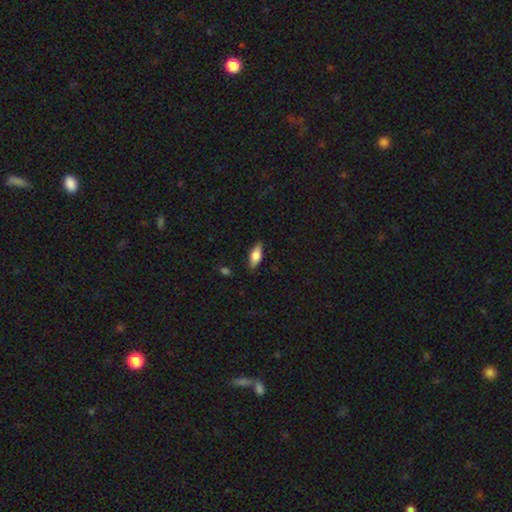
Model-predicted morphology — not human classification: The model was most divided on "smooth or featured": smooth: 68%, featured or disk: 24%, star or artifact: 7%. More confident: merging — none (84%); how rounded — in between (77%).